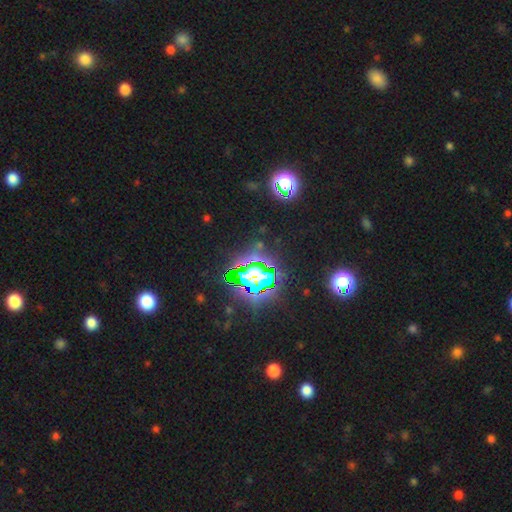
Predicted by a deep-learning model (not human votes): Smooth or featured? star or artifact (77%)